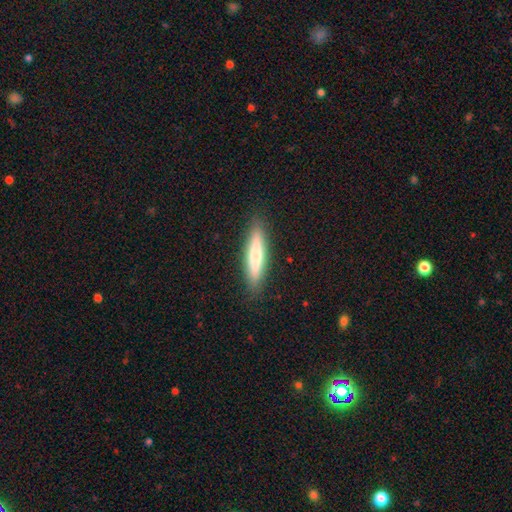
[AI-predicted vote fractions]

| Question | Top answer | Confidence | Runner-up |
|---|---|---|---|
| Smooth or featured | smooth | 65% | featured or disk (29%) |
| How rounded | cigar-shaped | 84% | in between (15%) |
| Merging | none | 88% | minor disturbance (9%) |